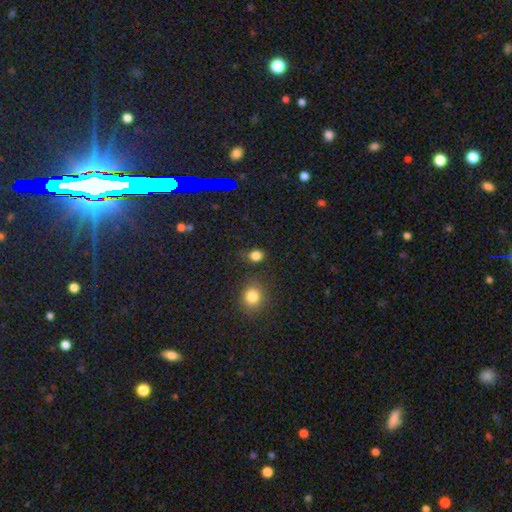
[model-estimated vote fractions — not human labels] A smooth galaxy with no disk features (81%) that is round (67%).

Vote fractions:
- Smooth or featured? smooth: 81% / star or artifact: 15% / featured or disk: 4%
- How rounded? round: 67% / in between: 32% / cigar-shaped: 1%
- Merging? none: 76% / minor disturbance: 15% / major disturbance: 5% / merger: 5%